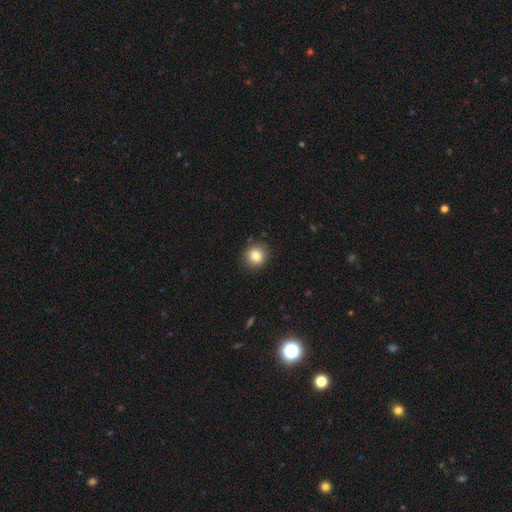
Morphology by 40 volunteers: Smooth or featured: smooth — 92% (featured or disk — 5%)
How rounded: round — 78% (in between — 22%)
Merging: none — 79% (minor disturbance — 18%)